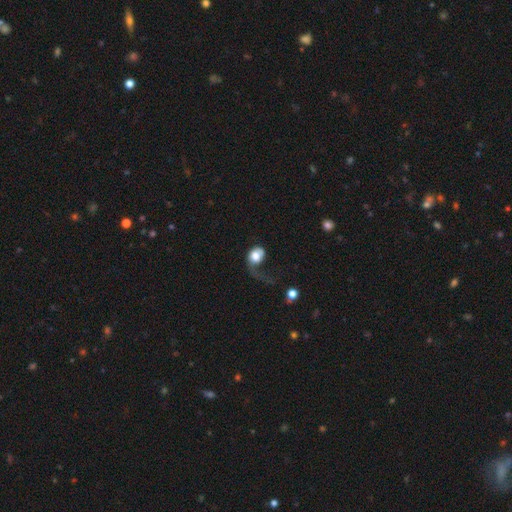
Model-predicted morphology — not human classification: smooth 60%, featured or disk 32%, star or artifact 7%. Down the decision tree: how rounded — round (55%); merging — major disturbance (65%).